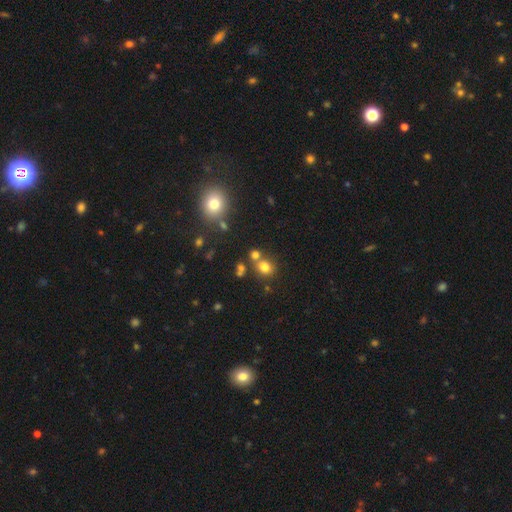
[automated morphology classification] smooth-or-featured: smooth: 73% | star or artifact: 18% | featured or disk: 9%
  how-rounded: round: 70% | in between: 29% | cigar-shaped: 1%
  merging: none: 63% | merger: 23% | minor disturbance: 10% | major disturbance: 4%